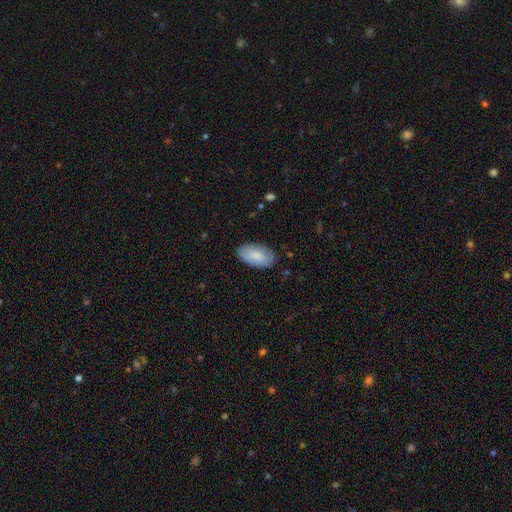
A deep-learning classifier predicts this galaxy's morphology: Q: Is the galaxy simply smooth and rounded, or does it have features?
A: smooth — 85%.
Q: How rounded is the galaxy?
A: in between — 95%.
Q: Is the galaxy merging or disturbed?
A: none — 84%.